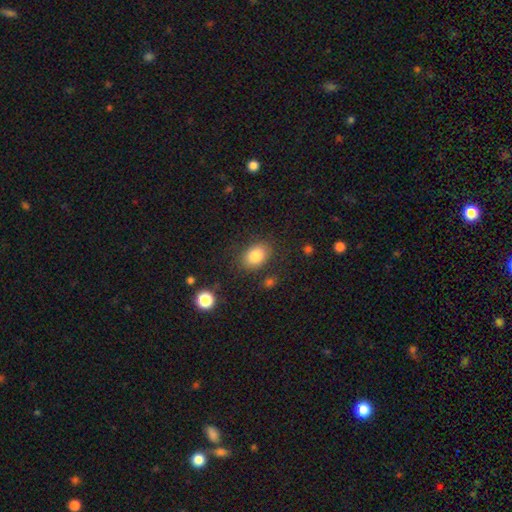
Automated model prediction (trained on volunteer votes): Q: Smooth or featured?
A: smooth (82%); runner-up: star or artifact (9%)
Q: How rounded?
A: in between (72%); runner-up: round (27%)
Q: Merging?
A: none (81%); runner-up: minor disturbance (12%)